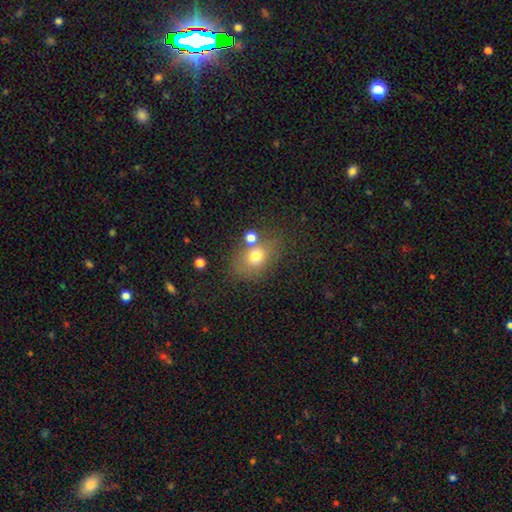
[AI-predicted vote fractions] A smooth galaxy with no disk features (71%) that is in between round and cigar-shaped (51%).

Vote fractions:
- Smooth or featured? smooth: 71% / featured or disk: 16% / star or artifact: 14%
- How rounded? in between: 51% / round: 48% / cigar-shaped: 1%
- Merging? none: 56% / merger: 22% / minor disturbance: 15% / major disturbance: 7%